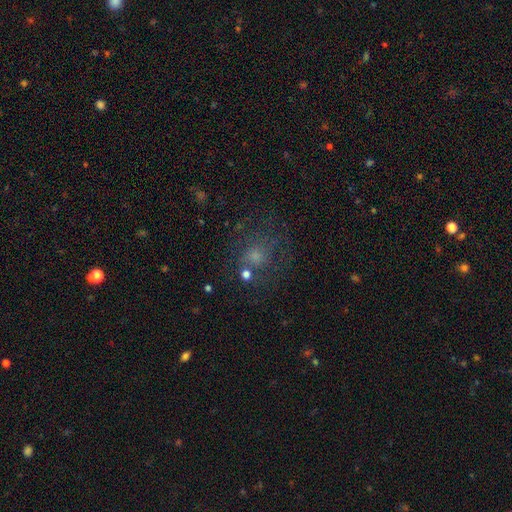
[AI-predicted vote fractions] A smooth galaxy with no disk features (47%).

Vote fractions:
- Smooth or featured? smooth: 47% / featured or disk: 29% / star or artifact: 24%
- Merging? none: 64% / minor disturbance: 16% / major disturbance: 14% / merger: 6%